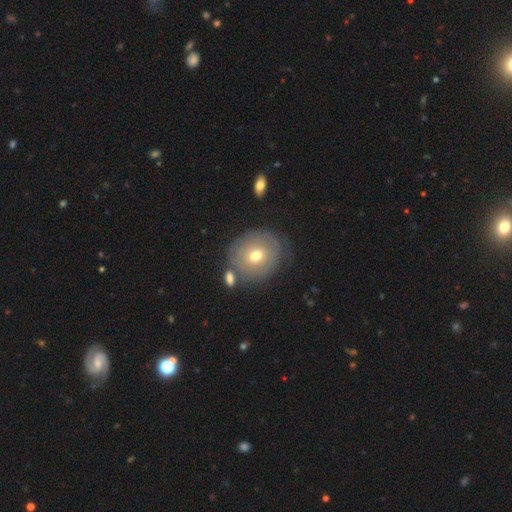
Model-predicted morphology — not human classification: Overall: smooth (48%; featured or disk 44%). Merging: none (73%).